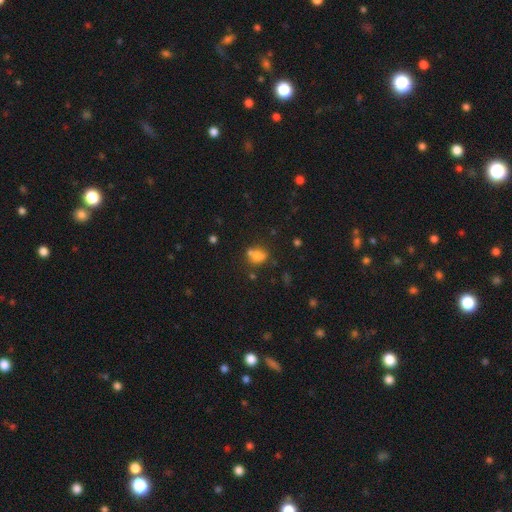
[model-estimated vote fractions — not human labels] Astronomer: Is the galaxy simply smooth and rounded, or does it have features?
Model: smooth — 70%.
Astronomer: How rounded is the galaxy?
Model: round — 54% (runner-up: in between, 44%).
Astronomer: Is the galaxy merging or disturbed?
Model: none — 49% (runner-up: merger, 30%).